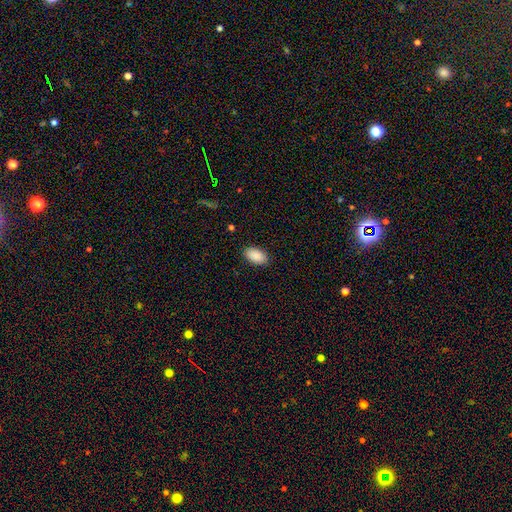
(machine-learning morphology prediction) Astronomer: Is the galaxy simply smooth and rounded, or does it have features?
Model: smooth — 91%.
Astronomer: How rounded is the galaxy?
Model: in between — 94%.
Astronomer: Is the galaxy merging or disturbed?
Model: none — 89%.